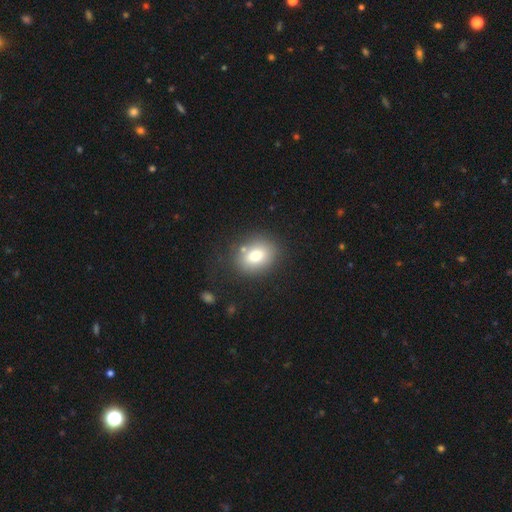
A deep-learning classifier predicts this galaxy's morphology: Smooth or featured? Predicted: smooth (p=0.73). How rounded? Predicted: round (p=0.50). Merging? Predicted: none (p=0.78).